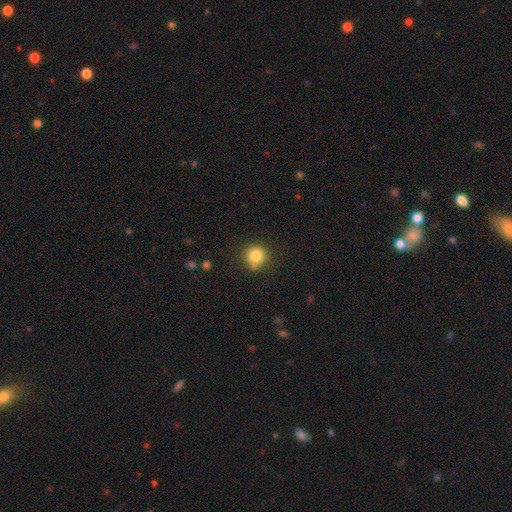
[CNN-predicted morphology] Smooth or featured: smooth — 83% (star or artifact — 11%)
How rounded: round — 91% (in between — 8%)
Merging: none — 77% (minor disturbance — 15%)